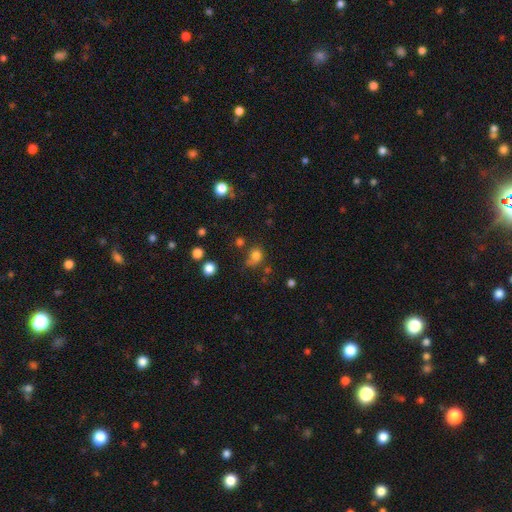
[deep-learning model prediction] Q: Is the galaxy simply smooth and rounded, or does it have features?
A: smooth — 78%.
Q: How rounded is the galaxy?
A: round — 68%.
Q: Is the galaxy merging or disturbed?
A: none — 57%.